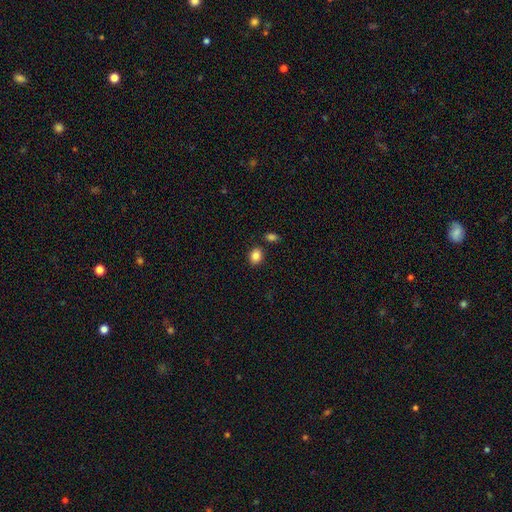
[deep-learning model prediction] Smooth or featured? Predicted: smooth (p=0.86). How rounded? Predicted: in between (p=0.59). Merging? Predicted: none (p=0.81).